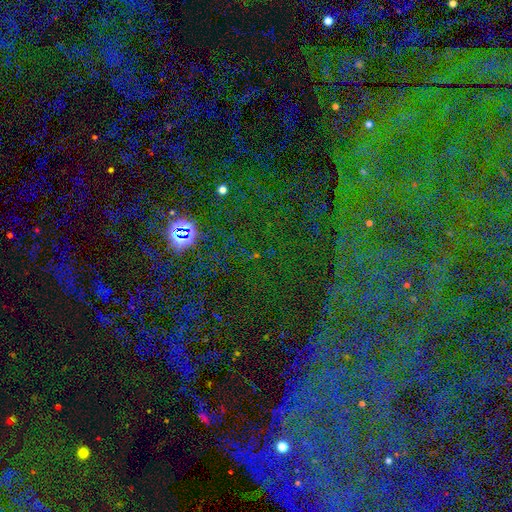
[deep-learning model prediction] A star or artifact, not a galaxy (80%).